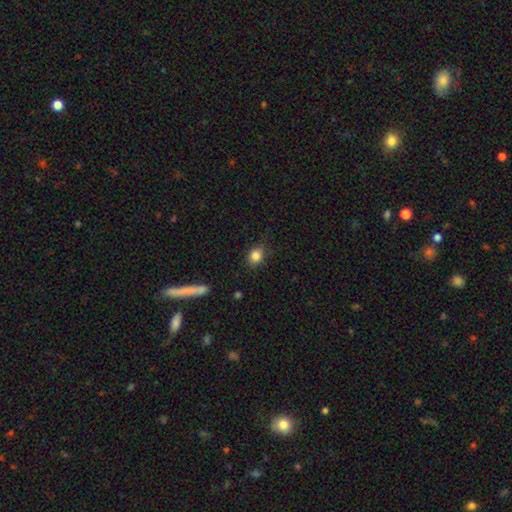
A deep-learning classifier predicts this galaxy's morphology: type=smooth (85%); roundness=round (53%); merging=none (80%).